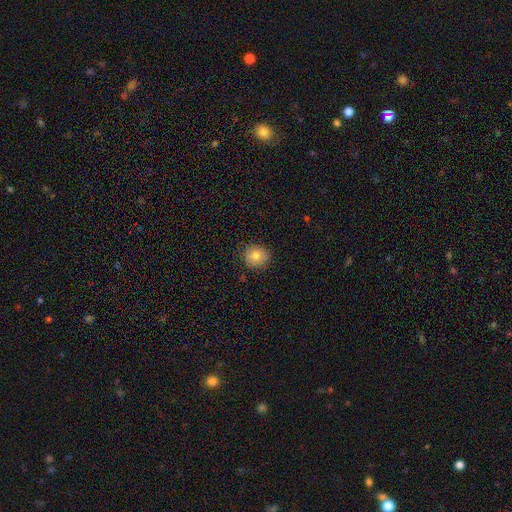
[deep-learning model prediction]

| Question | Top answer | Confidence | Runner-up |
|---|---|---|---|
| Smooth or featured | smooth | 82% | star or artifact (9%) |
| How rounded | round | 86% | in between (13%) |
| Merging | none | 84% | minor disturbance (12%) |